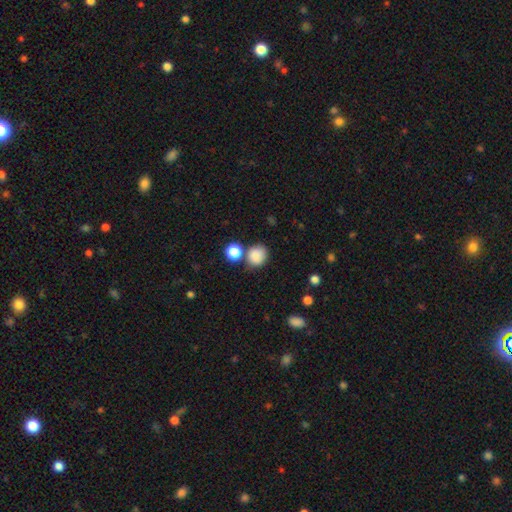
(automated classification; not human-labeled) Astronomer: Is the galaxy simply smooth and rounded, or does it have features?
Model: smooth — 86%.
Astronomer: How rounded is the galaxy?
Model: round — 80%.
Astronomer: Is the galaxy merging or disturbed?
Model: none — 66%.